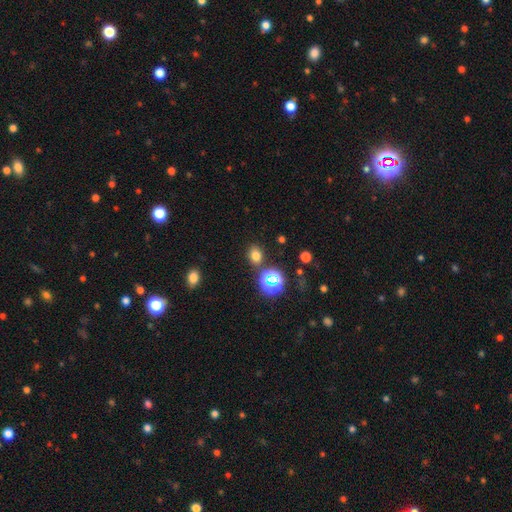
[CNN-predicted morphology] Q: Smooth or featured?
A: smooth (71%); runner-up: star or artifact (23%)
Q: How rounded?
A: round (51%); runner-up: in between (47%)
Q: Merging?
A: none (81%); runner-up: minor disturbance (10%)